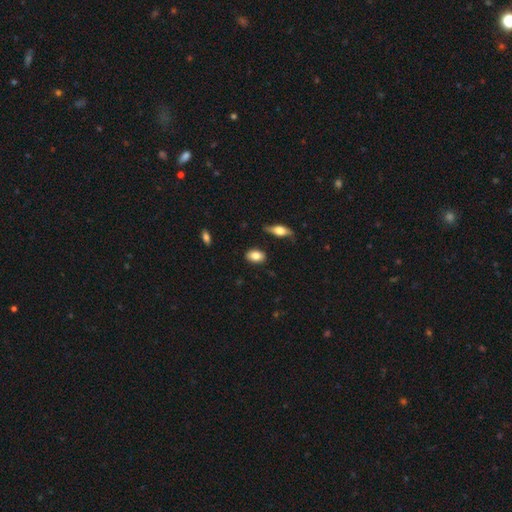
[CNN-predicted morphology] Smooth or featured: smooth — 82% (featured or disk — 11%)
How rounded: in between — 82% (round — 15%)
Merging: none — 83% (minor disturbance — 12%)